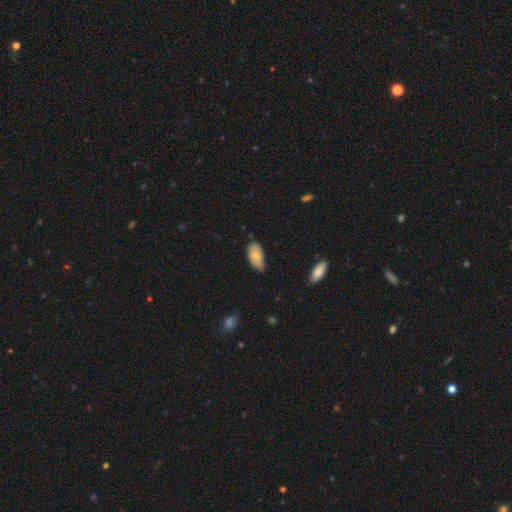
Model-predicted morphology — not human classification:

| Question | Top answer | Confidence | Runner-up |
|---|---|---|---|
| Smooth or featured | smooth | 76% | featured or disk (17%) |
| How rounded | in between | 94% | cigar-shaped (3%) |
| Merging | none | 48% | minor disturbance (44%) |